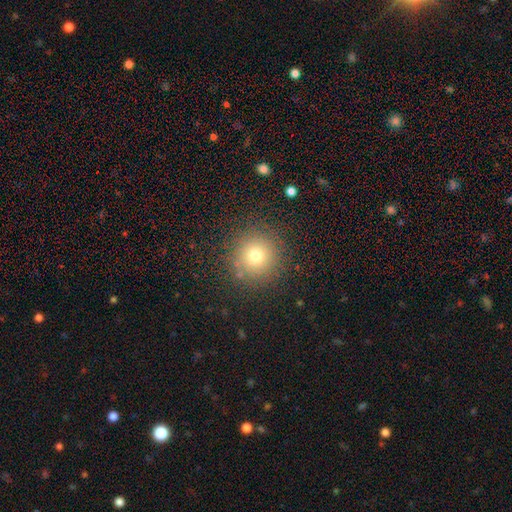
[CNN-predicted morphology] A smooth galaxy with no disk features (72%) that is round (94%).

Vote fractions:
- Smooth or featured? smooth: 72% / star or artifact: 17% / featured or disk: 11%
- How rounded? round: 94% / in between: 5% / cigar-shaped: 1%
- Merging? none: 87% / minor disturbance: 8% / major disturbance: 3% / merger: 2%